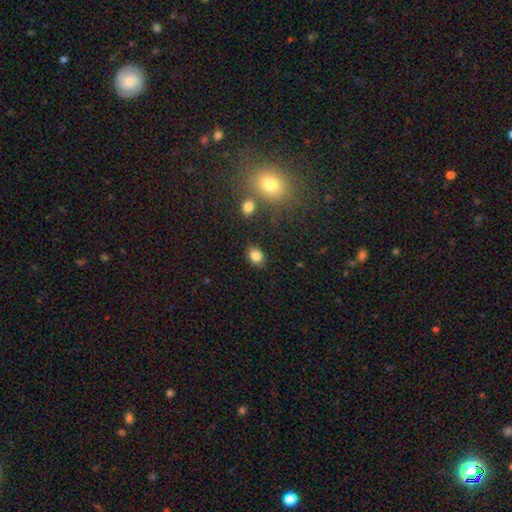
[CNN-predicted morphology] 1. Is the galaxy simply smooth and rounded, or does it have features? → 83% smooth, 11% star or artifact, 6% featured or disk.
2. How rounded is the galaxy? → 66% in between, 33% round, 1% cigar-shaped.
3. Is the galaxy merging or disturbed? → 84% none, 10% minor disturbance, 3% major disturbance, 3% merger.